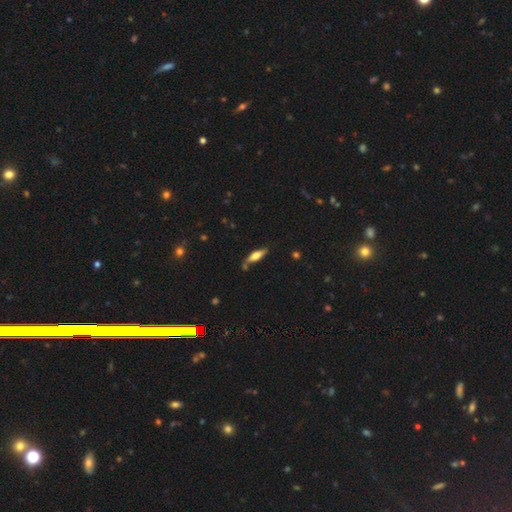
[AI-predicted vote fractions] A smooth galaxy with no disk features (48%). Merging: none (74%).